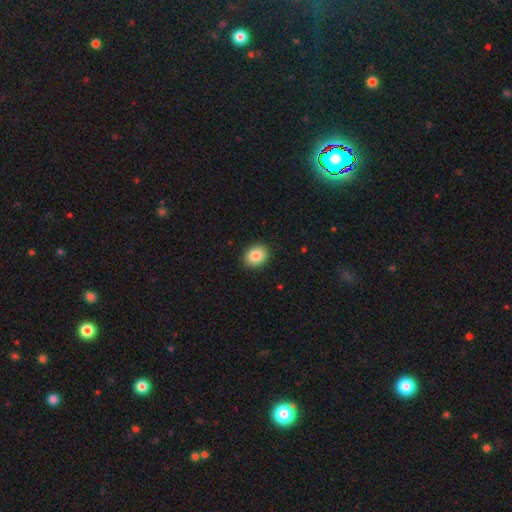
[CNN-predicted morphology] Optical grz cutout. It shows a smooth galaxy with no disk features (86%) that is round (53%). Merging: none (91%).